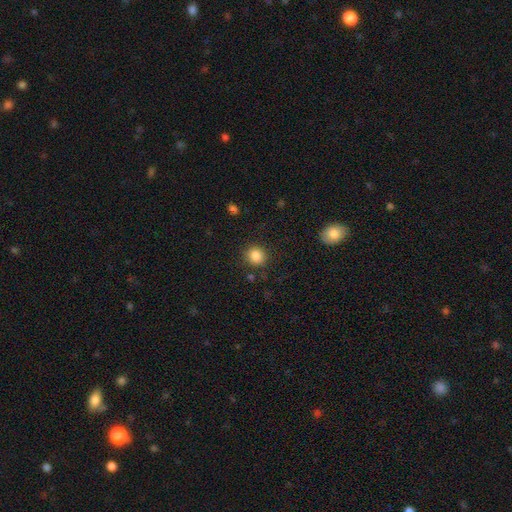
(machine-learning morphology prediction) Overall: smooth (86%). How rounded: round (84%). Merging: none (87%).